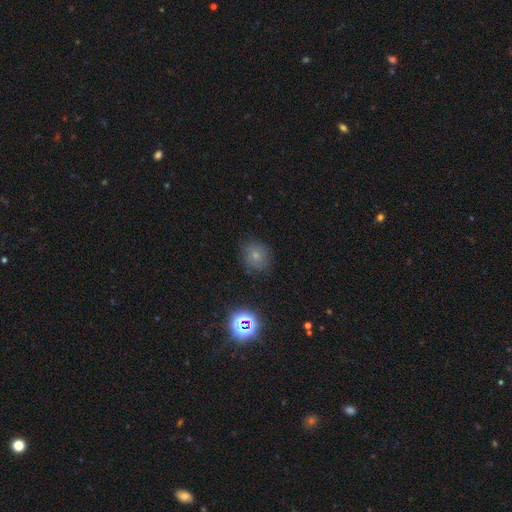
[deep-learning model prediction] A smooth galaxy with no disk features (64%) that is round (81%).

Vote fractions:
- Smooth or featured? smooth: 64% / star or artifact: 21% / featured or disk: 15%
- How rounded? round: 81% / in between: 18% / cigar-shaped: 1%
- Merging? none: 75% / minor disturbance: 17% / major disturbance: 6% / merger: 2%